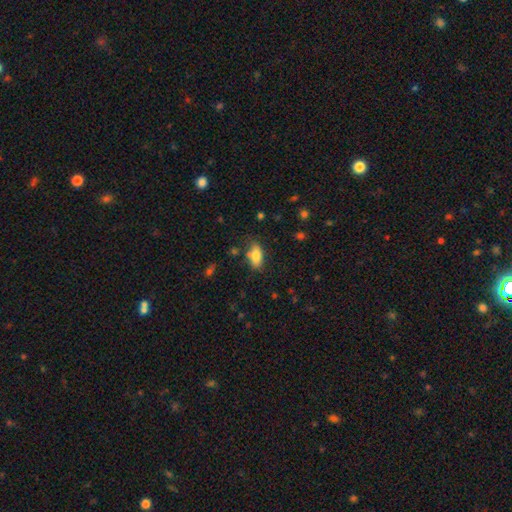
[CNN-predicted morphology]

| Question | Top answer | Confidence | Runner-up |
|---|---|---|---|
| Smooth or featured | smooth | 79% | featured or disk (12%) |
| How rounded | in between | 87% | cigar-shaped (8%) |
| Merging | none | 69% | minor disturbance (19%) |